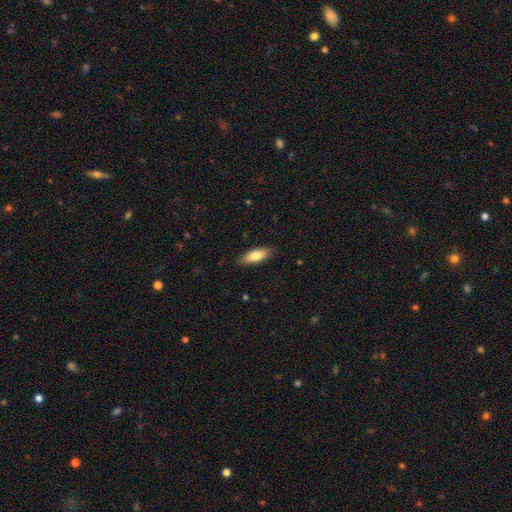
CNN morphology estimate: smooth 79%, featured or disk 15%, star or artifact 6%. Down the decision tree: how rounded — in between (68%); merging — none (87%).